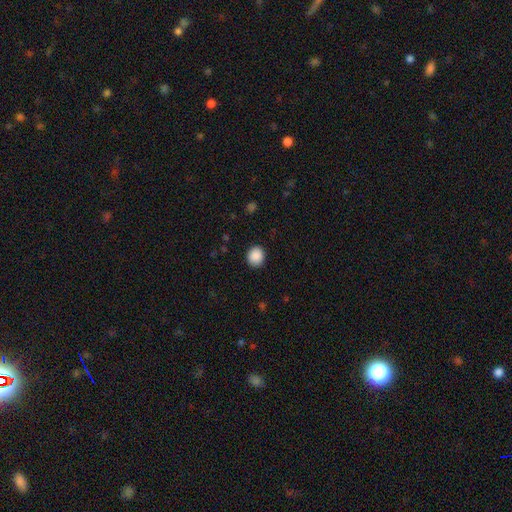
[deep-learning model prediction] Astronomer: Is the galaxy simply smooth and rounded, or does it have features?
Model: smooth — 89%.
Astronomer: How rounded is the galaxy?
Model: round — 82%.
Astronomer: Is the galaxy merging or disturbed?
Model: none — 90%.